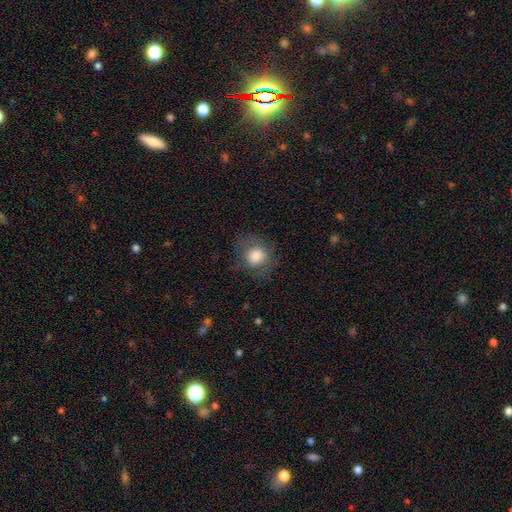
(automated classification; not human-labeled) Overall: smooth (78%). How rounded: round (75%). Merging: none (67%).